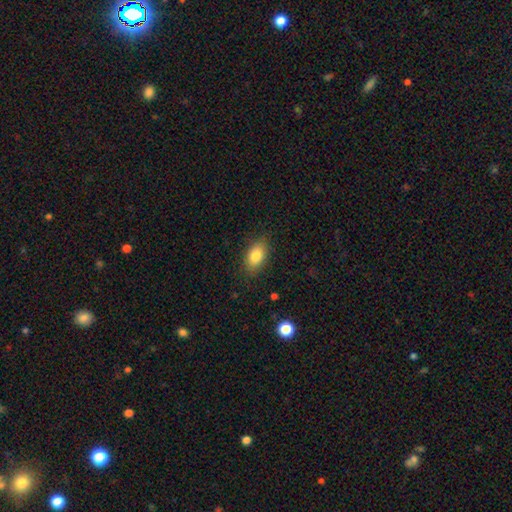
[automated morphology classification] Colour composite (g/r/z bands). It shows a smooth galaxy with no disk features (84%) that is in between round and cigar-shaped (90%). Merging: none (86%).